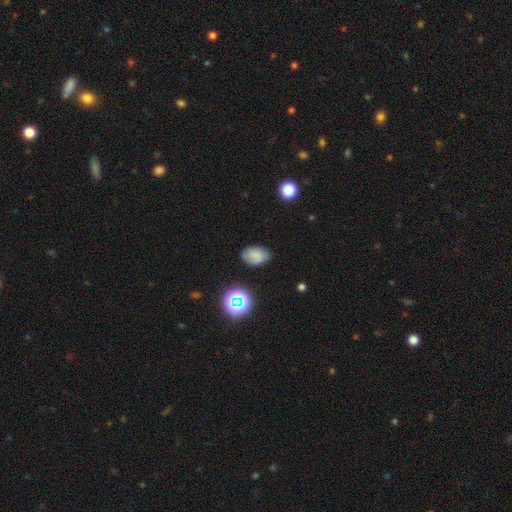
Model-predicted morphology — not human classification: type=smooth (68%); roundness=in between (82%); merging=none (76%).